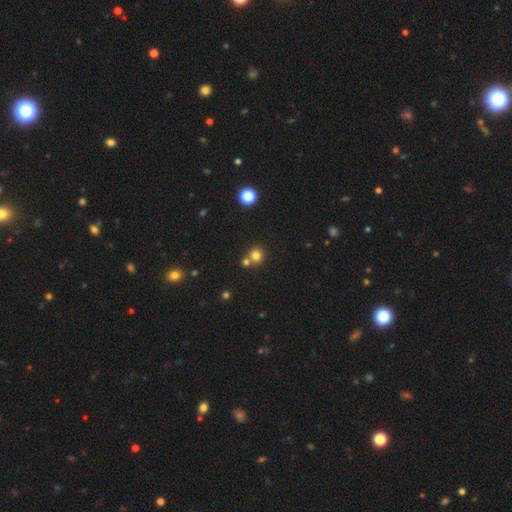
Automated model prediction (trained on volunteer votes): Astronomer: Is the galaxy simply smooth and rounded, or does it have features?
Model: smooth — 77%.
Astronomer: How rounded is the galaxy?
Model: round — 92%.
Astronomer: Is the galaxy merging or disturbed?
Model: none — 60%.